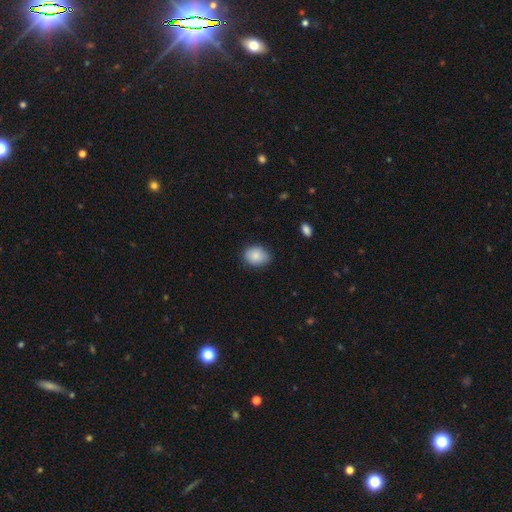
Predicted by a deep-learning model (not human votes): Morphology: type=smooth (86%); roundness=in between (62%); merging=none (81%).